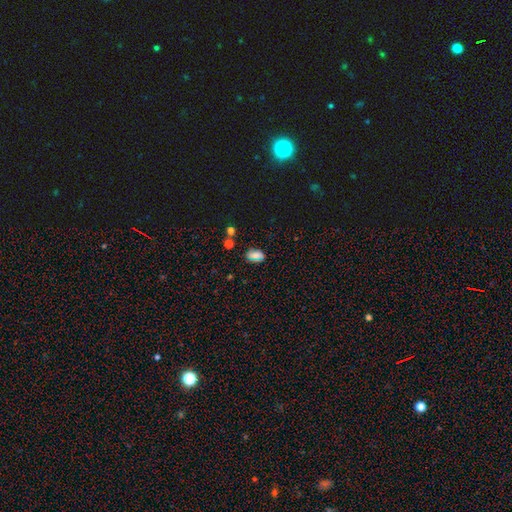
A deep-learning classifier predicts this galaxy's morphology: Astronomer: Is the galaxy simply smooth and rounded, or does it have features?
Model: smooth — 76%.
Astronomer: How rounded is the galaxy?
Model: in between — 85%.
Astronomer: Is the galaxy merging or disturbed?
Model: none — 76%.